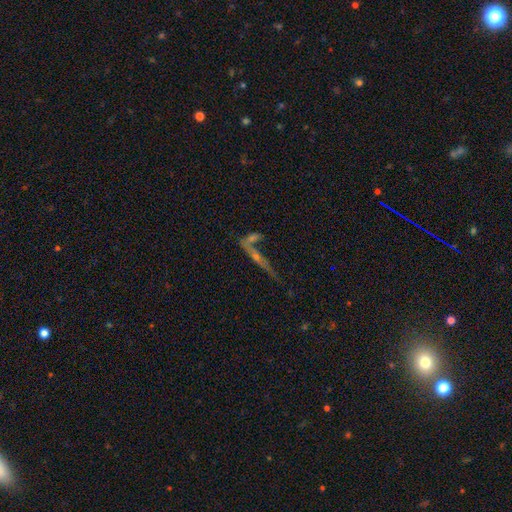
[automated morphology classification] A featured or disk galaxy (59%) viewed edge-on (76%).

Vote fractions:
- Smooth or featured? featured or disk: 59% / smooth: 25% / star or artifact: 16%
- Edge-on disk? yes: 76% / no: 24%
- Merging? none: 41% / merger: 39% / minor disturbance: 11% / major disturbance: 9%